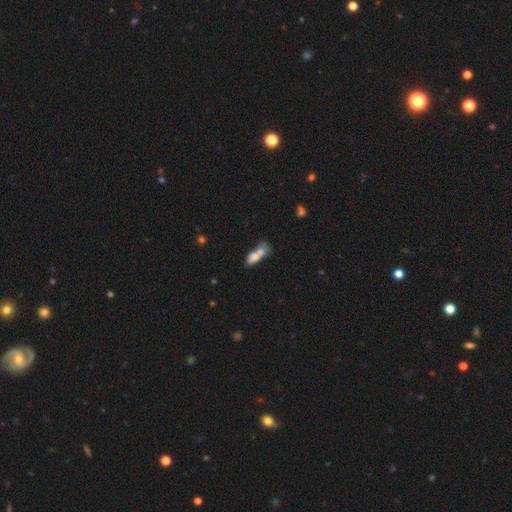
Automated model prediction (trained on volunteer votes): smooth 72%, featured or disk 19%, star or artifact 9%. Down the decision tree: how rounded — in between (74%); merging — merger (64%).